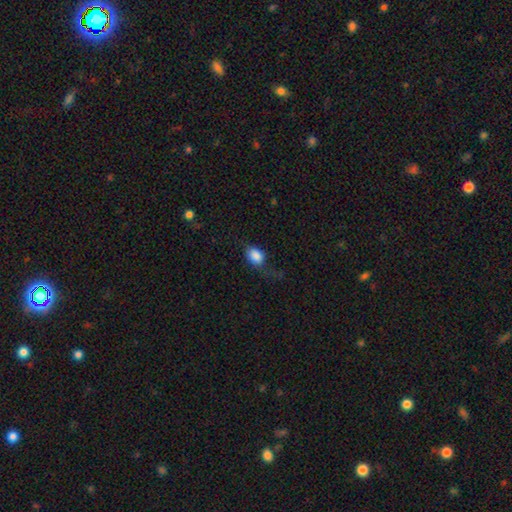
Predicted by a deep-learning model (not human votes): A smooth galaxy with no disk features (83%) that is in between round and cigar-shaped (78%).

Vote fractions:
- Smooth or featured? smooth: 83% / featured or disk: 9% / star or artifact: 8%
- How rounded? in between: 78% / round: 21% / cigar-shaped: 2%
- Merging? none: 46% / minor disturbance: 27% / major disturbance: 25% / merger: 3%